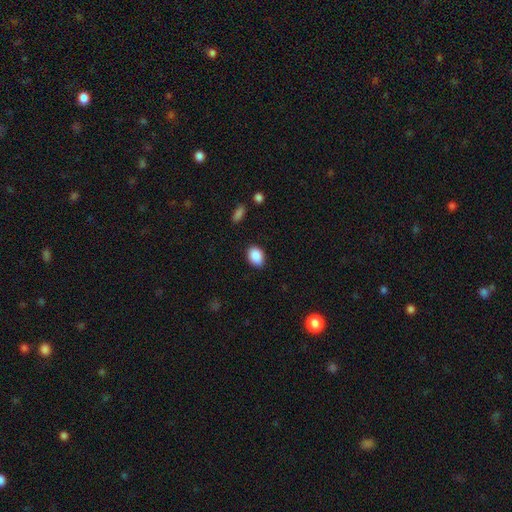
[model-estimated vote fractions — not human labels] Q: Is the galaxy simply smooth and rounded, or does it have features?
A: smooth — 89%.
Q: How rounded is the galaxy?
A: in between — 77%.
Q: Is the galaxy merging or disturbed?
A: none — 85%.